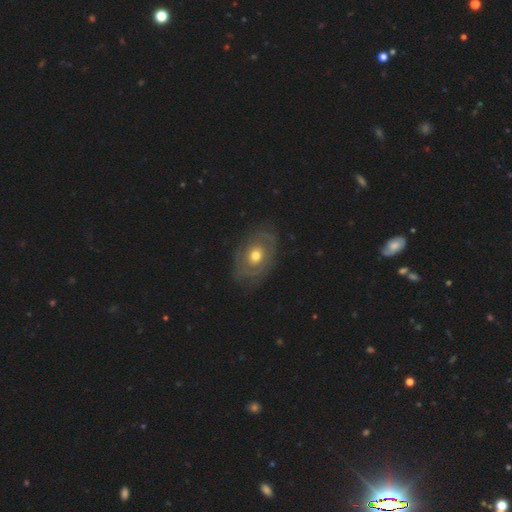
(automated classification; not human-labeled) Smooth or featured?
  - featured or disk: 71% *
  - smooth: 23%
  - star or artifact: 6%
Edge-on disk?
  - no: 94% *
  - yes: 6%
Bar?
  - no: 86% *
  - weak: 11%
  - strong: 3%
Spiral arms?
  - yes: 59% *
  - no: 41%
Bulge size?
  - moderate: 73% *
  - small: 18%
  - large: 7%
  - dominant: 1%
  - none: 1%
Merging?
  - none: 76% *
  - minor disturbance: 16%
  - major disturbance: 7%
  - merger: 1%